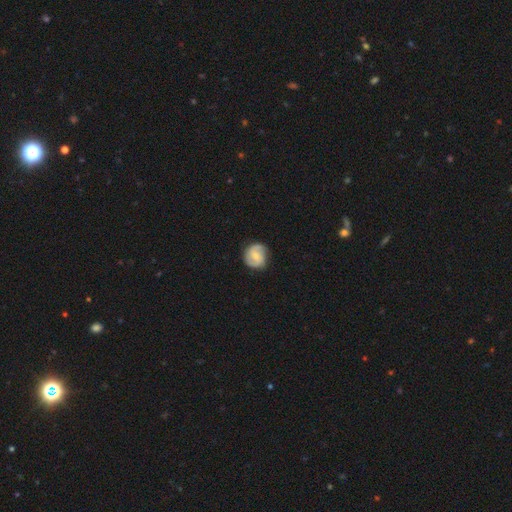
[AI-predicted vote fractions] Overall: featured or disk (69%). Edge-on disk: no (98%). Bar: no (47%; weak 44%). Spiral arms: yes (94%). Spiral arm count: 2 (88%). Spiral winding: medium (47%; tight 35%). Bulge size: small (53%; moderate 38%). Merging: none (81%).